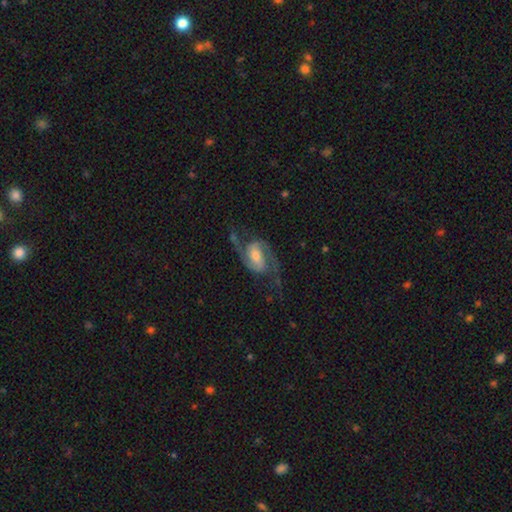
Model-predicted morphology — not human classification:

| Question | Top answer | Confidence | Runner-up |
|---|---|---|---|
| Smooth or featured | featured or disk | 88% | smooth (7%) |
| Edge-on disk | no | 97% | yes (3%) |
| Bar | weak | 47% | strong (30%) |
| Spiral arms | yes | 97% | no (3%) |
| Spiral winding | medium | 47% | loose (42%) |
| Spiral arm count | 2 | 93% | can't tell (2%) |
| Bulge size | moderate | 50% | small (30%) |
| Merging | none | 68% | minor disturbance (15%) |